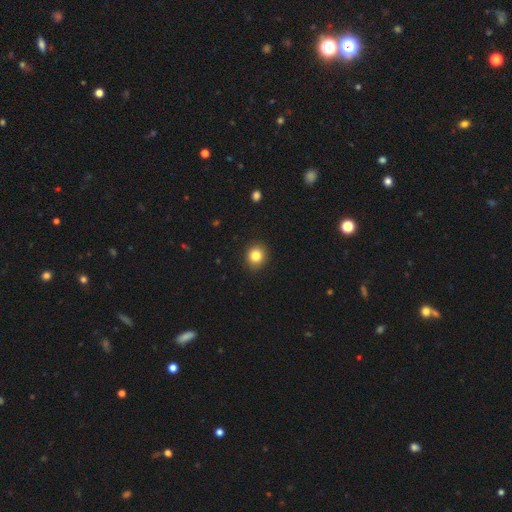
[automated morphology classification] This appears to be a smooth galaxy with no disk features (83%) that is round (80%). Merging: none (90%).